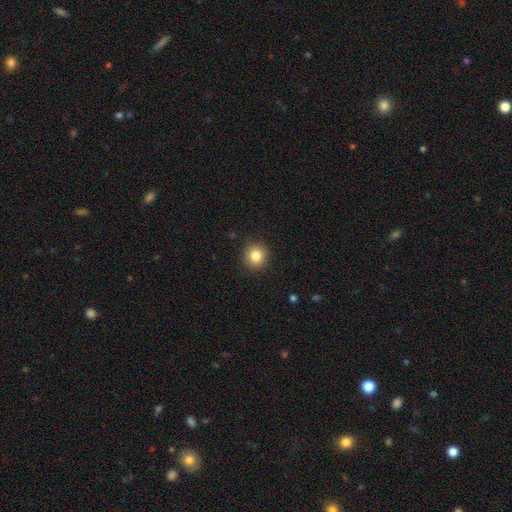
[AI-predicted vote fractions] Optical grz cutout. It shows a smooth galaxy with no disk features (84%) that is round (91%). Merging: none (90%).